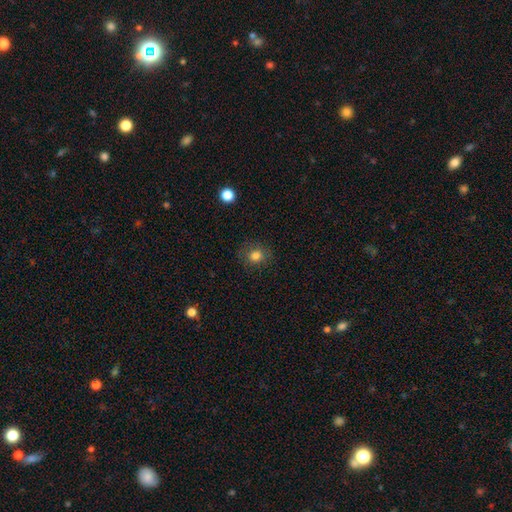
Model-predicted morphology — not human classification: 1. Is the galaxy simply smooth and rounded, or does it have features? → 81% smooth, 12% star or artifact, 7% featured or disk.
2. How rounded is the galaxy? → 77% round, 22% in between, 1% cigar-shaped.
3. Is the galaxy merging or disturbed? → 83% none, 12% minor disturbance, 4% major disturbance, 1% merger.